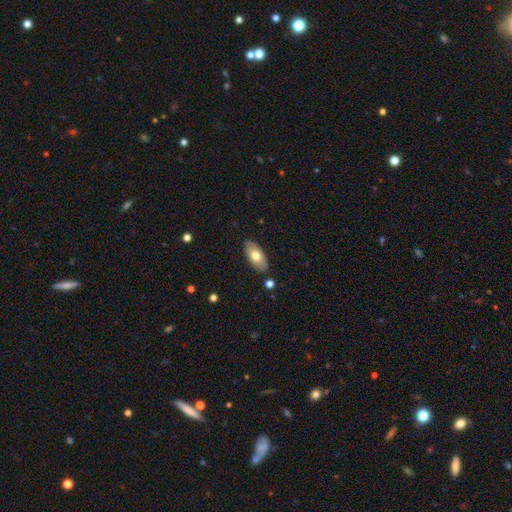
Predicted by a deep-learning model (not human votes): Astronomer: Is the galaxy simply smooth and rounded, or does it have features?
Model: smooth — 68%.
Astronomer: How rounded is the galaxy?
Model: in between — 91%.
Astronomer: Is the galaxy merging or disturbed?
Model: none — 87%.